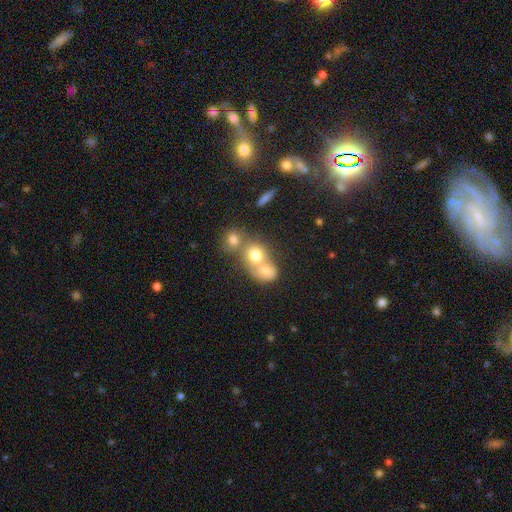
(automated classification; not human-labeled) Smooth or featured?
  - smooth: 71% *
  - featured or disk: 17%
  - star or artifact: 12%
How rounded?
  - round: 67% *
  - in between: 32%
  - cigar-shaped: 1%
Merging?
  - merger: 62% *
  - none: 28%
  - minor disturbance: 7%
  - major disturbance: 4%